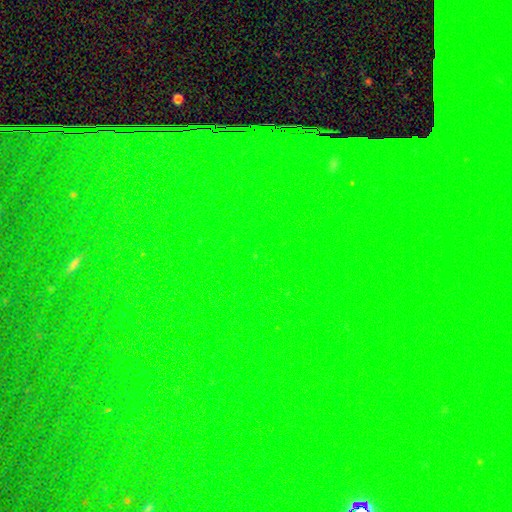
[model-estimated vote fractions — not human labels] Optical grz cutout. It shows a star or artifact, not a galaxy (84%).